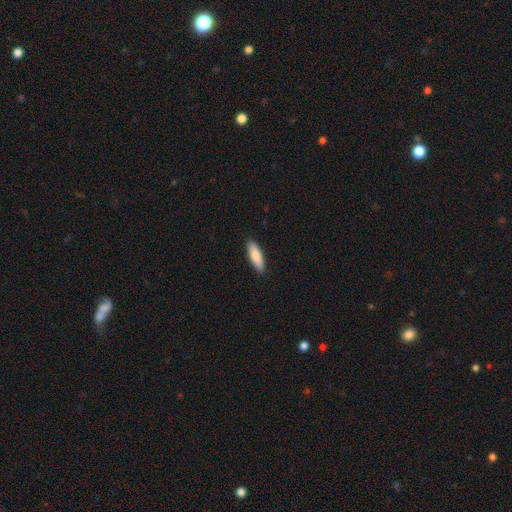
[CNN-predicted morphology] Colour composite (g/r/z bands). It shows a smooth galaxy with no disk features (83%) that is in between round and cigar-shaped (51%). Merging: none (89%).